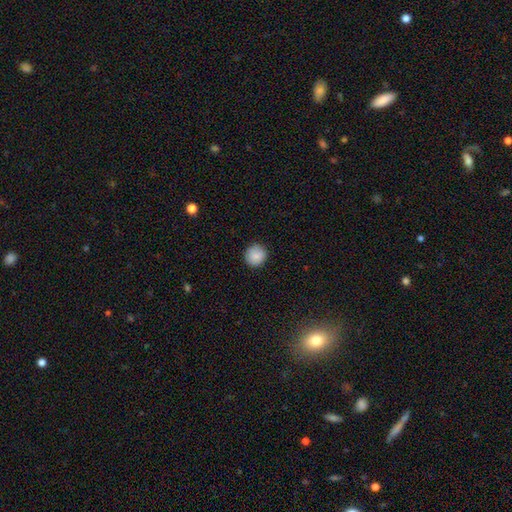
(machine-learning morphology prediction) smooth_or_featured: smooth (p=0.87) [alt: star or artifact p=0.08]
how_rounded: round (p=0.94) [alt: in between p=0.05]
merging: none (p=0.89) [alt: minor disturbance p=0.08]